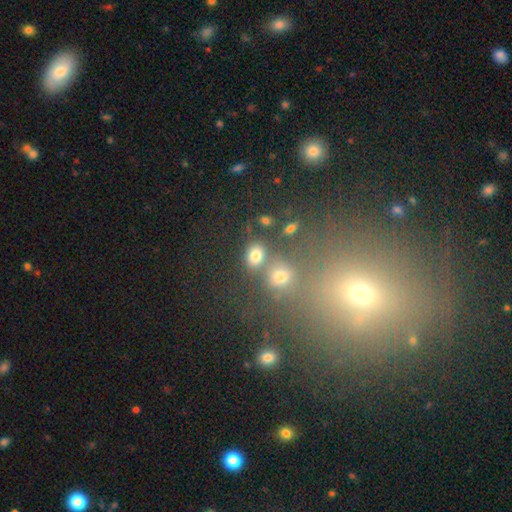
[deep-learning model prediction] Smooth or featured: smooth — 76% (star or artifact — 15%)
How rounded: in between — 60% (round — 38%)
Merging: none — 64% (merger — 18%)